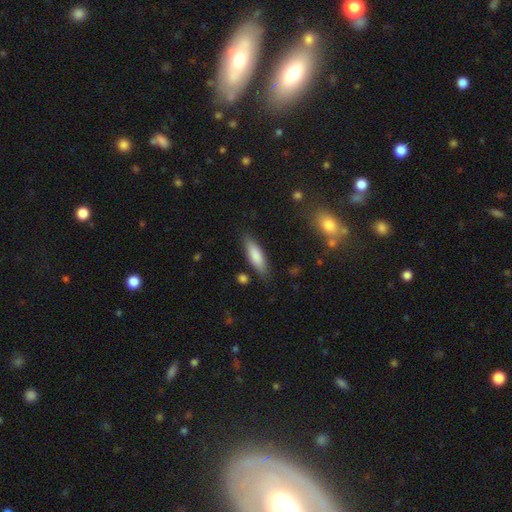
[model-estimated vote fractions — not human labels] Morphology: type=smooth (81%); roundness=cigar-shaped (52%); merging=none (82%).